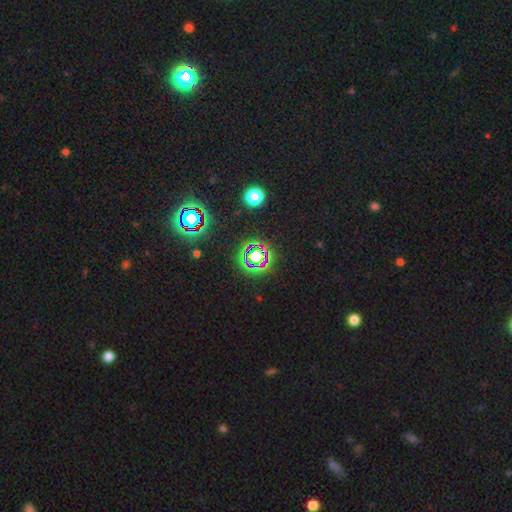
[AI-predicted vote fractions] Smooth or featured: star or artifact — 68% (smooth — 20%)